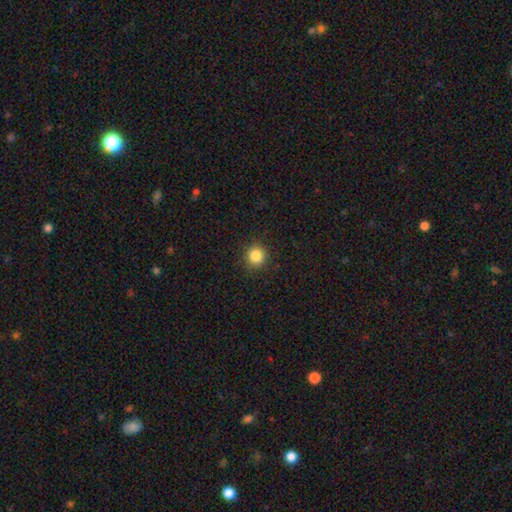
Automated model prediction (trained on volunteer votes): Overall: smooth (85%). How rounded: round (93%). Merging: none (90%).